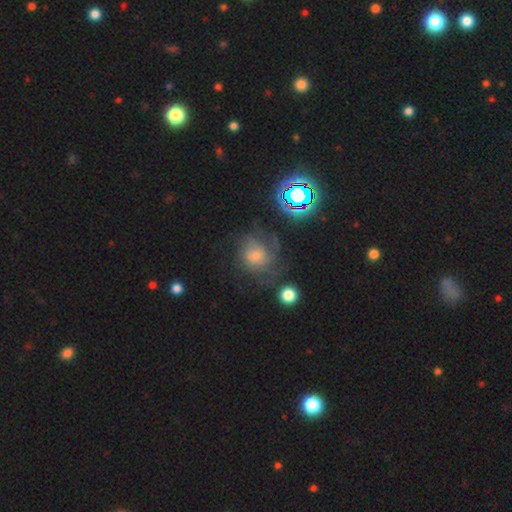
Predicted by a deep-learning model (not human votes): Smooth or featured: featured or disk — 51% (smooth — 27%)
Edge-on disk: no — 96% (yes — 4%)
Merging: none — 55% (major disturbance — 21%)